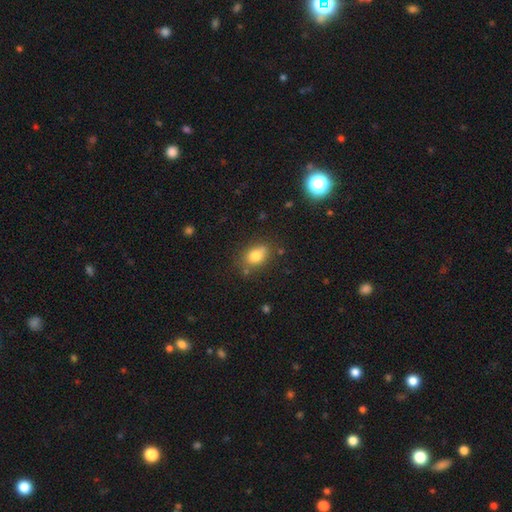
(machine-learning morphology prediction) Smooth or featured: smooth — 78% (star or artifact — 11%)
How rounded: in between — 62% (round — 37%)
Merging: none — 67% (minor disturbance — 19%)